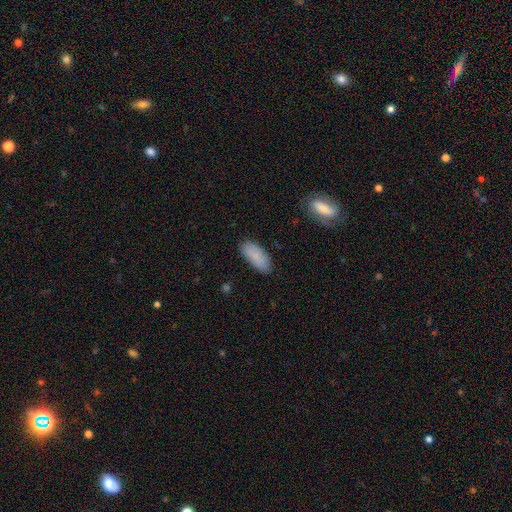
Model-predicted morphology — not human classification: type=smooth (84%); roundness=in between (86%); merging=none (81%).